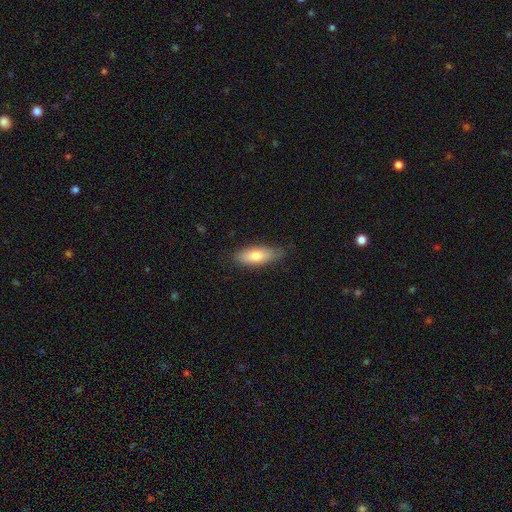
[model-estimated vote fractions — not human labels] Morphology: type=smooth (74%); roundness=in between (70%); merging=none (77%).